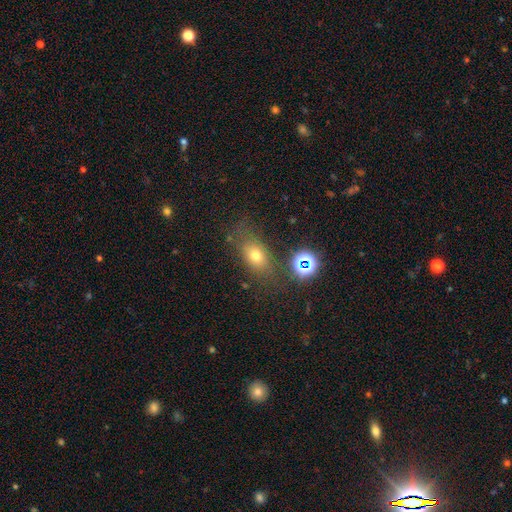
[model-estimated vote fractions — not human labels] Smooth or featured: smooth — 68% (star or artifact — 18%)
How rounded: in between — 71% (round — 25%)
Merging: none — 69% (minor disturbance — 17%)